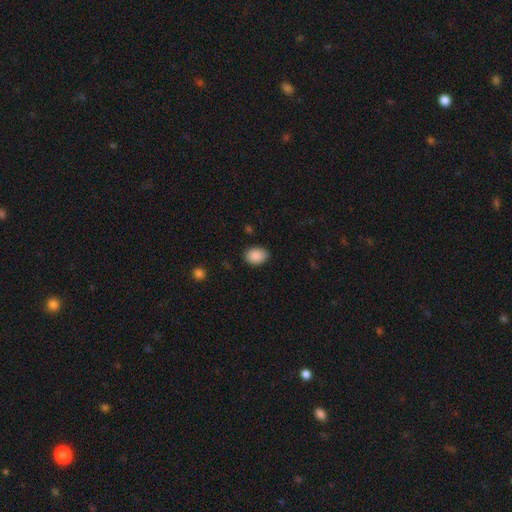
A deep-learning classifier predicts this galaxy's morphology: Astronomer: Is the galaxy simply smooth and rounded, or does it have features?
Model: smooth — 89%.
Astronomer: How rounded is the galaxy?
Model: in between — 68%.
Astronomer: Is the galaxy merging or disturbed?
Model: none — 85%.